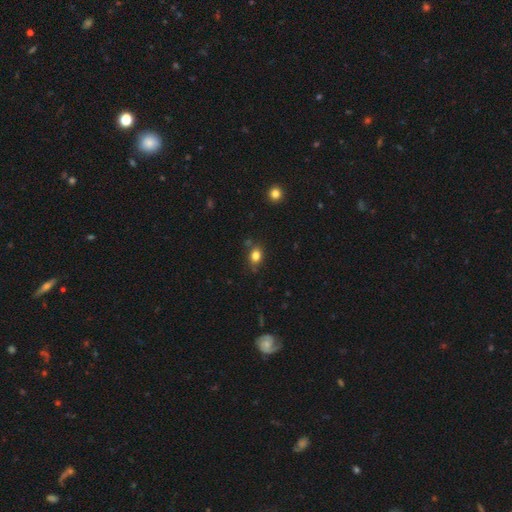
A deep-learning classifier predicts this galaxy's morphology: Smooth or featured?
  - smooth: 82% *
  - star or artifact: 11%
  - featured or disk: 7%
How rounded?
  - in between: 63% *
  - round: 35%
  - cigar-shaped: 2%
Merging?
  - none: 77% *
  - minor disturbance: 15%
  - merger: 5%
  - major disturbance: 3%